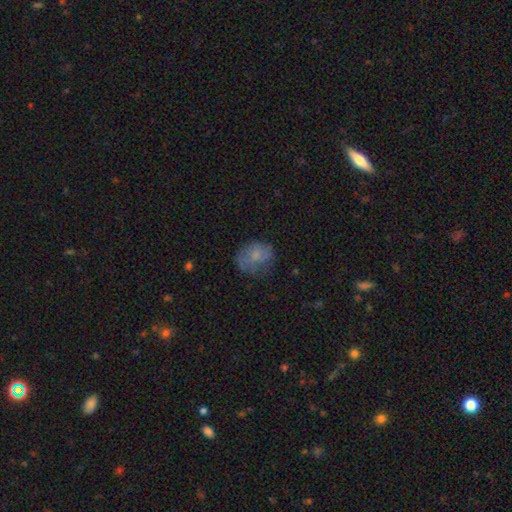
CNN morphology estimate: smooth 69%, featured or disk 20%, star or artifact 10%. Down the decision tree: how rounded — round (52%); merging — none (56%).